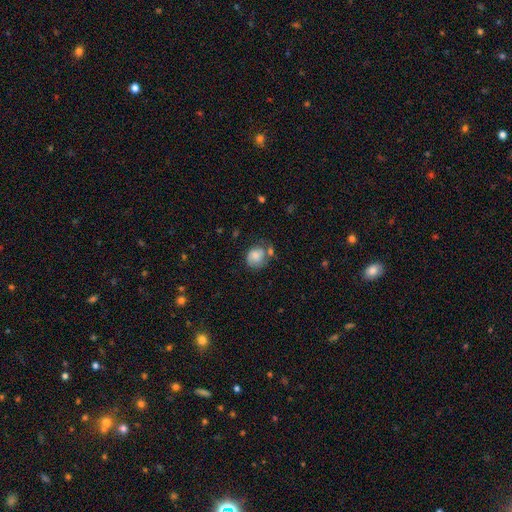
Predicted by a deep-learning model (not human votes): Smooth or featured: smooth — 66% (featured or disk — 25%)
How rounded: round — 60% (in between — 39%)
Merging: none — 45% (minor disturbance — 27%)